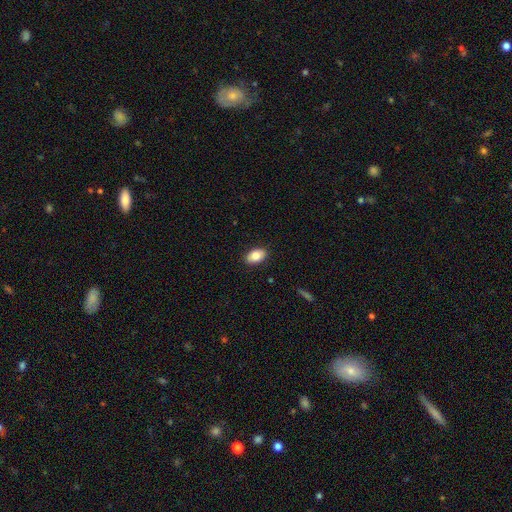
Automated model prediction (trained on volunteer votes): Overall: smooth (82%). How rounded: in between (91%). Merging: none (89%).